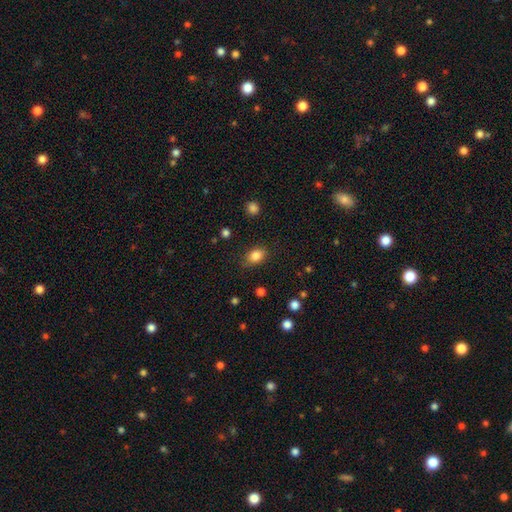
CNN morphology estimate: smooth_or_featured: smooth (p=0.85) [alt: star or artifact p=0.10]
how_rounded: in between (p=0.70) [alt: round p=0.29]
merging: none (p=0.81) [alt: minor disturbance p=0.14]